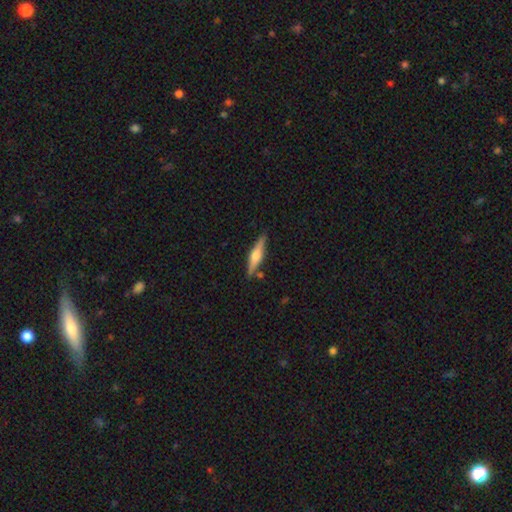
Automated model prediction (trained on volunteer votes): smooth_or_featured: featured or disk (p=0.61) [alt: smooth p=0.33]
disk_edge_on: yes (p=0.97) [alt: no p=0.03]
edge_on_bulge: rounded (p=0.86) [alt: boxy p=0.10]
merging: none (p=0.86) [alt: minor disturbance p=0.09]